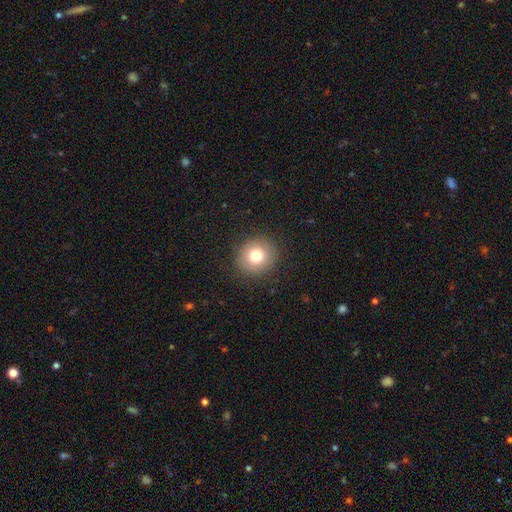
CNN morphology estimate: Smooth or featured?
  - smooth: 77% *
  - featured or disk: 12%
  - star or artifact: 11%
How rounded?
  - round: 89% *
  - in between: 10%
  - cigar-shaped: 1%
Merging?
  - none: 89% *
  - minor disturbance: 7%
  - major disturbance: 3%
  - merger: 1%